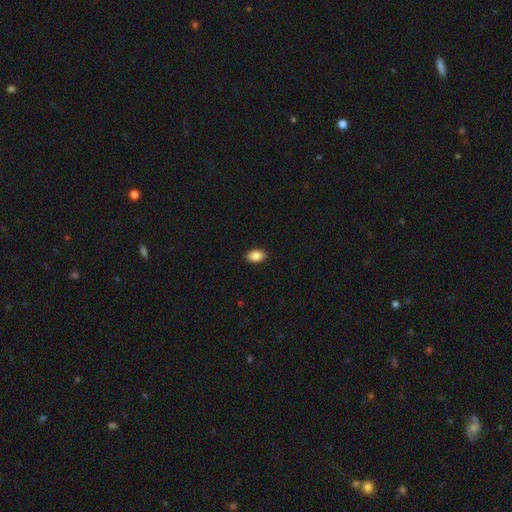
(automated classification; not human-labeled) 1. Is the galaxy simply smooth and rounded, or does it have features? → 88% smooth, 8% star or artifact, 4% featured or disk.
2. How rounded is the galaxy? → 89% in between, 10% round, 1% cigar-shaped.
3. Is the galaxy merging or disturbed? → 90% none, 7% minor disturbance, 2% major disturbance, 1% merger.